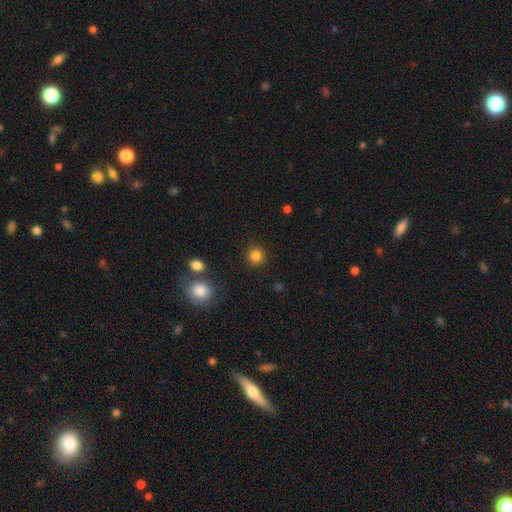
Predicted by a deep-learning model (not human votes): smooth-or-featured: smooth: 84% | star or artifact: 12% | featured or disk: 4%
  how-rounded: round: 93% | in between: 7% | cigar-shaped: 1%
  merging: none: 90% | minor disturbance: 6% | major disturbance: 2% | merger: 2%